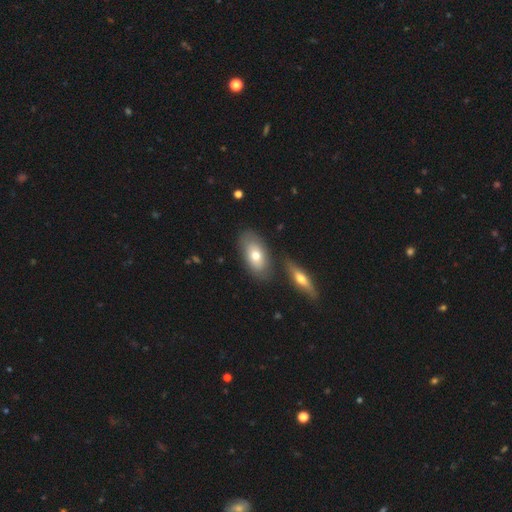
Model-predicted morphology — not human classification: smooth-or-featured: smooth: 68% | featured or disk: 25% | star or artifact: 7%
  how-rounded: in between: 90% | round: 5% | cigar-shaped: 5%
  merging: none: 74% | minor disturbance: 13% | merger: 9% | major disturbance: 4%